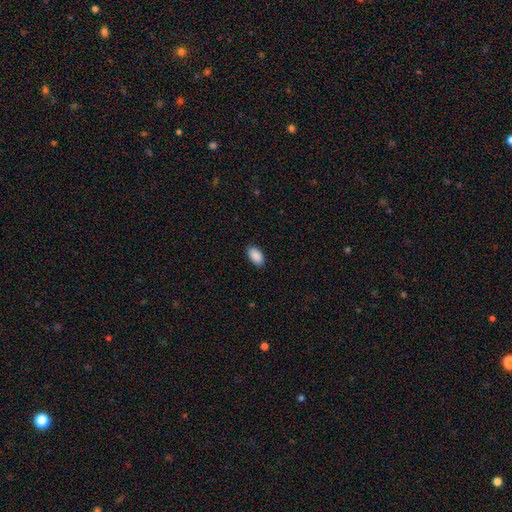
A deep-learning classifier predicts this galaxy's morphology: A smooth galaxy with no disk features (90%) that is in between round and cigar-shaped (95%).

Vote fractions:
- Smooth or featured? smooth: 90% / star or artifact: 6% / featured or disk: 3%
- How rounded? in between: 95% / round: 3% / cigar-shaped: 2%
- Merging? none: 88% / minor disturbance: 9% / major disturbance: 2% / merger: 1%